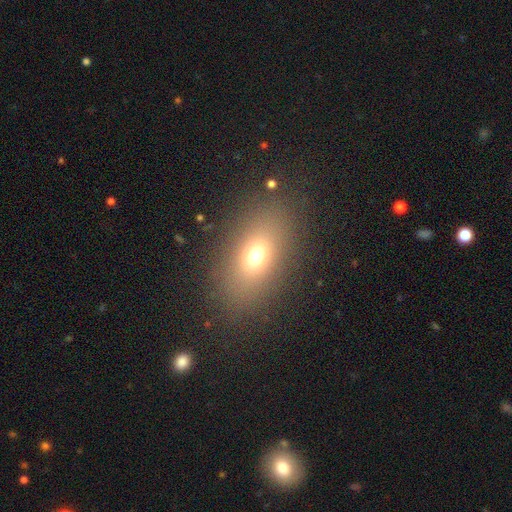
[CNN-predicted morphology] type=smooth (69%); roundness=in between (78%); merging=none (84%).